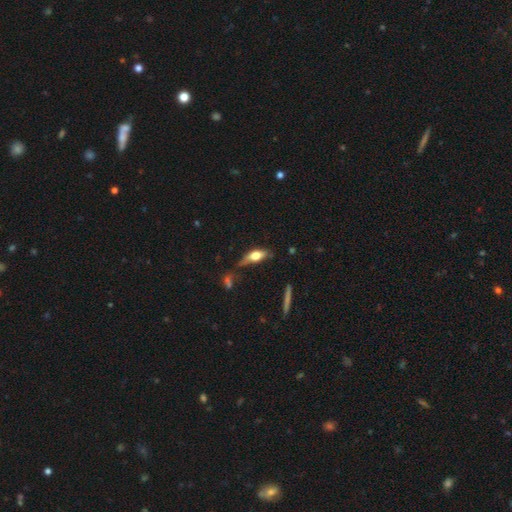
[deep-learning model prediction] This is possibly a smooth galaxy (54%). How rounded: likely in between (62%). Merging: possibly none (52%).